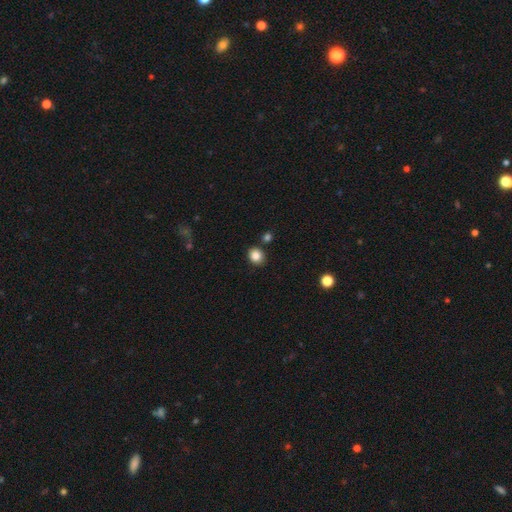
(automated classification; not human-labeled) The model was most divided on "how rounded": round: 74%, in between: 25%, cigar-shaped: 1%. More confident: merging — none (85%); smooth or featured — smooth (85%).